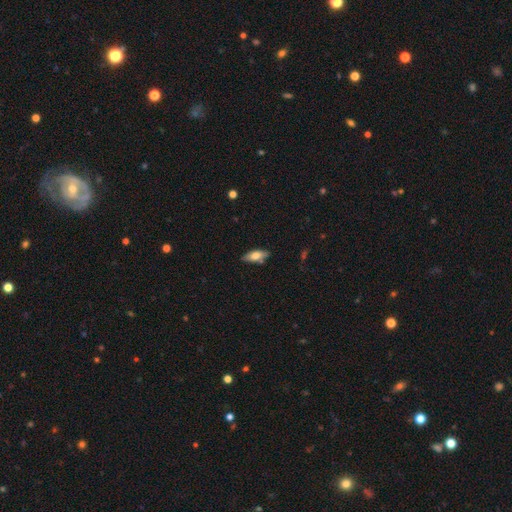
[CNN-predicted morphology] Q: Smooth or featured?
A: smooth (67%); runner-up: featured or disk (27%)
Q: How rounded?
A: in between (73%); runner-up: cigar-shaped (25%)
Q: Merging?
A: none (81%); runner-up: minor disturbance (13%)